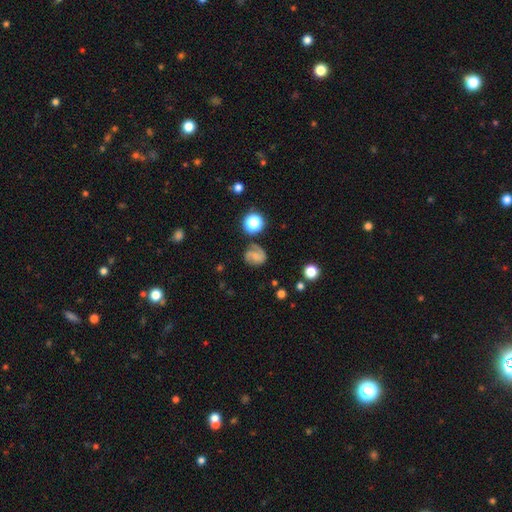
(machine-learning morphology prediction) smooth_or_featured: featured or disk (p=0.61) [alt: smooth p=0.27]
disk_edge_on: no (p=0.98) [alt: yes p=0.02]
bar: no (p=0.48) [alt: weak p=0.41]
has_spiral_arms: yes (p=0.93) [alt: no p=0.07]
spiral_winding: medium (p=0.48) [alt: tight p=0.33]
spiral_arm_count: 2 (p=0.74) [alt: 1 p=0.10]
bulge_size: none (p=0.40) [alt: small p=0.39]
merging: none (p=0.68) [alt: minor disturbance p=0.19]